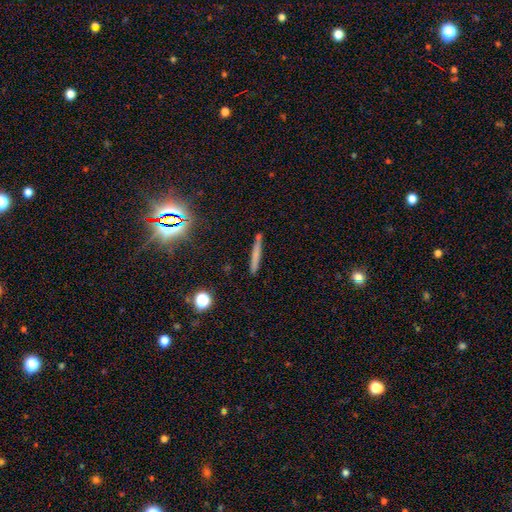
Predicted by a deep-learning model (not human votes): This appears to be a smooth galaxy with no disk features (65%) that is cigar-shaped (94%). Merging: none (80%).